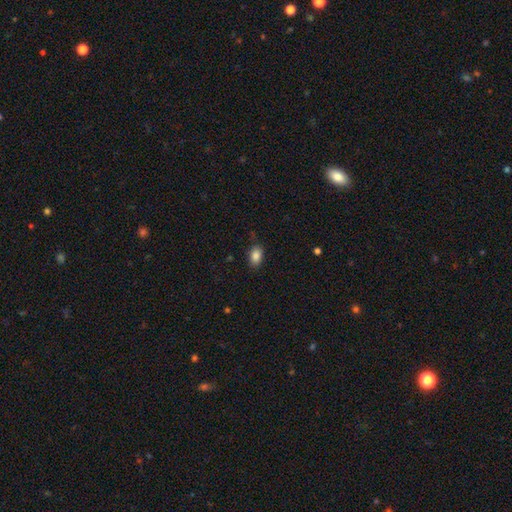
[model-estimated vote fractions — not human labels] smooth_or_featured: smooth (p=0.87) [alt: star or artifact p=0.09]
how_rounded: in between (p=0.85) [alt: round p=0.13]
merging: none (p=0.83) [alt: minor disturbance p=0.13]